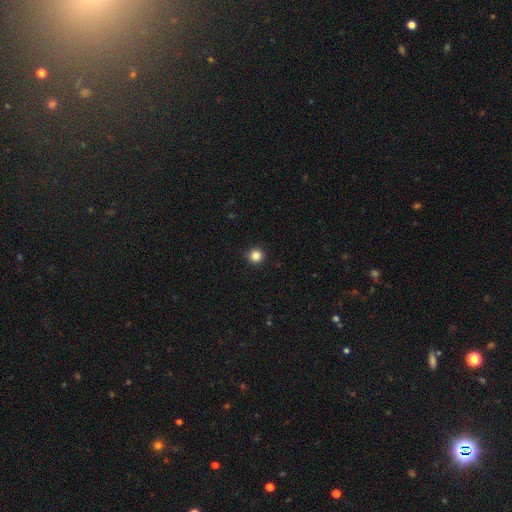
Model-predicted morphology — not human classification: The model was most divided on "smooth or featured": smooth: 85%, star or artifact: 11%, featured or disk: 3%. More confident: how rounded — round (95%); merging — none (93%).